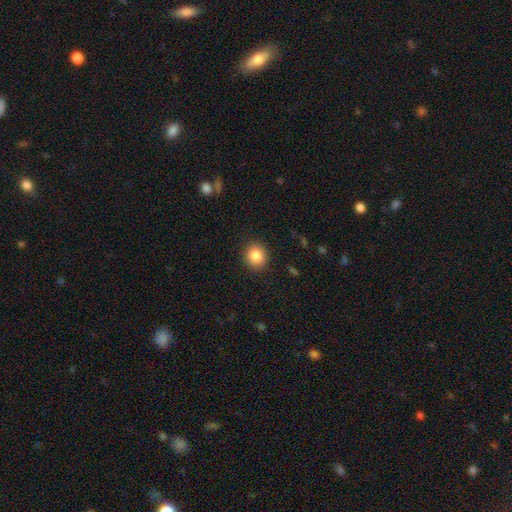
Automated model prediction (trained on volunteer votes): Morphology: type=smooth (86%); roundness=round (73%); merging=none (89%).